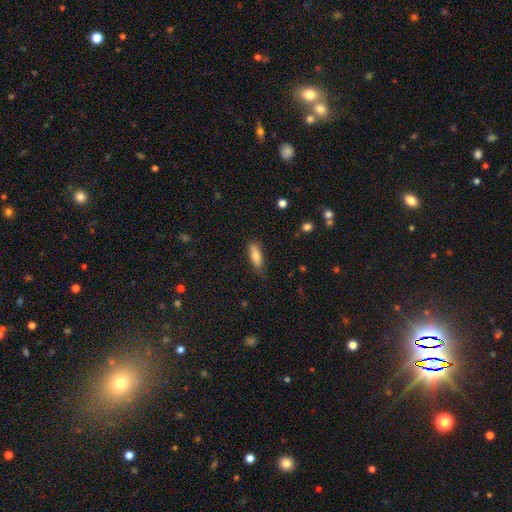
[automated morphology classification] A smooth galaxy with no disk features (79%) that is in between round and cigar-shaped (67%).

Vote fractions:
- Smooth or featured? smooth: 79% / featured or disk: 14% / star or artifact: 7%
- How rounded? in between: 67% / cigar-shaped: 30% / round: 2%
- Merging? none: 79% / minor disturbance: 17% / major disturbance: 3% / merger: 1%